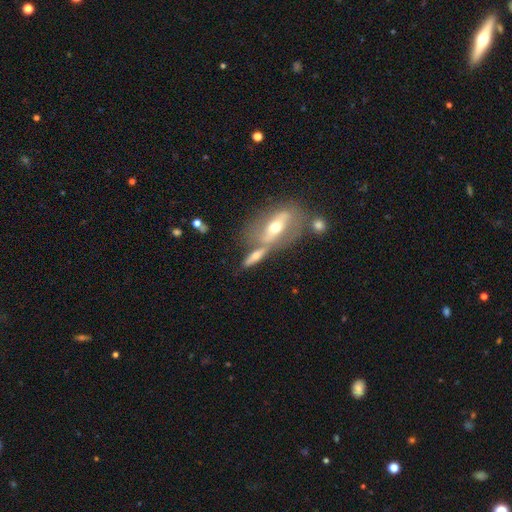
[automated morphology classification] Smooth or featured: featured or disk — 47% (smooth — 45%)
Merging: none — 45% (merger — 38%)